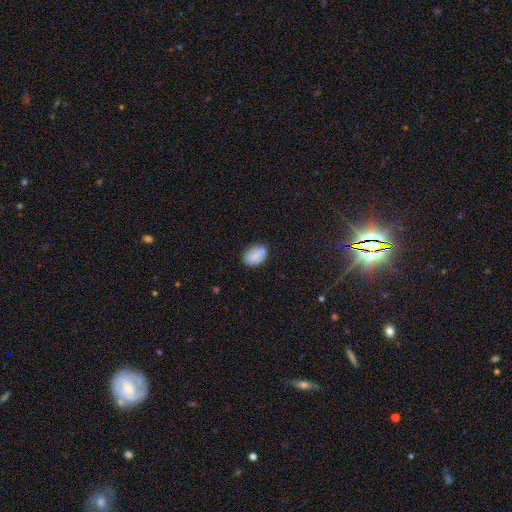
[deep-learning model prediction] A smooth galaxy with no disk features (81%) that is in between round and cigar-shaped (85%).

Vote fractions:
- Smooth or featured? smooth: 81% / featured or disk: 11% / star or artifact: 8%
- How rounded? in between: 85% / round: 13% / cigar-shaped: 1%
- Merging? none: 64% / minor disturbance: 22% / merger: 9% / major disturbance: 5%